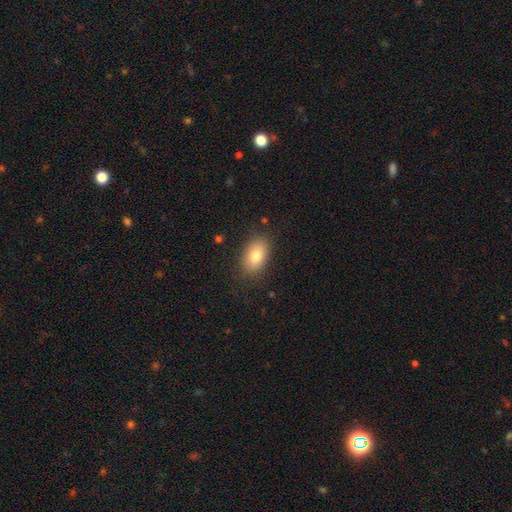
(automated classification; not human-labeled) This is likely a smooth galaxy (80%). How rounded: clearly in between (87%). Merging: clearly none (83%).